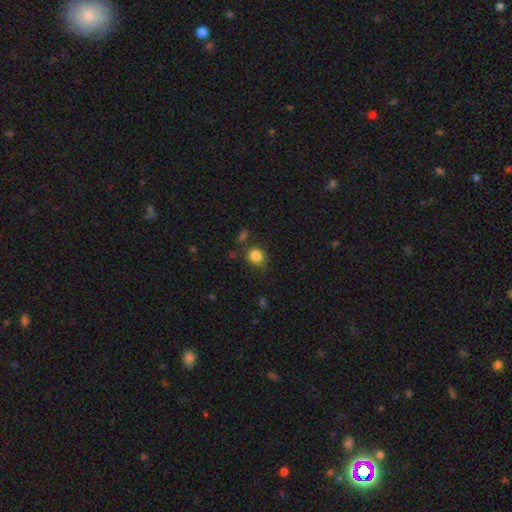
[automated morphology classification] A smooth galaxy with no disk features (84%) that is round (78%).

Vote fractions:
- Smooth or featured? smooth: 84% / star or artifact: 11% / featured or disk: 5%
- How rounded? round: 78% / in between: 21% / cigar-shaped: 1%
- Merging? none: 74% / minor disturbance: 16% / merger: 5% / major disturbance: 5%